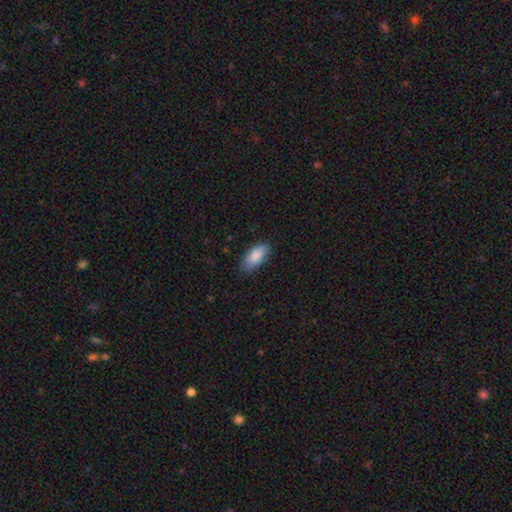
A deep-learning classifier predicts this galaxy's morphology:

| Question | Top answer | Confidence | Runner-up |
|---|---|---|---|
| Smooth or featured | smooth | 87% | featured or disk (7%) |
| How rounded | in between | 89% | cigar-shaped (9%) |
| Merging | none | 81% | minor disturbance (15%) |